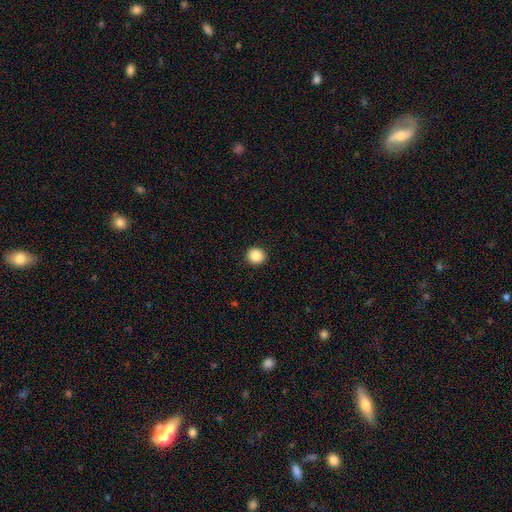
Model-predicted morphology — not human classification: A smooth galaxy with no disk features (88%) that is round (89%). Merging: none (93%).